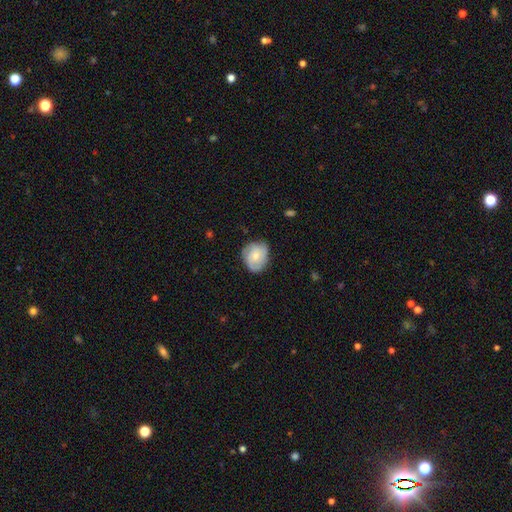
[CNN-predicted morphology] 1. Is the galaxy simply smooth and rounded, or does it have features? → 48% smooth, 45% featured or disk, 7% star or artifact.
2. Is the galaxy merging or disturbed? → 69% none, 25% minor disturbance, 6% major disturbance, 1% merger.